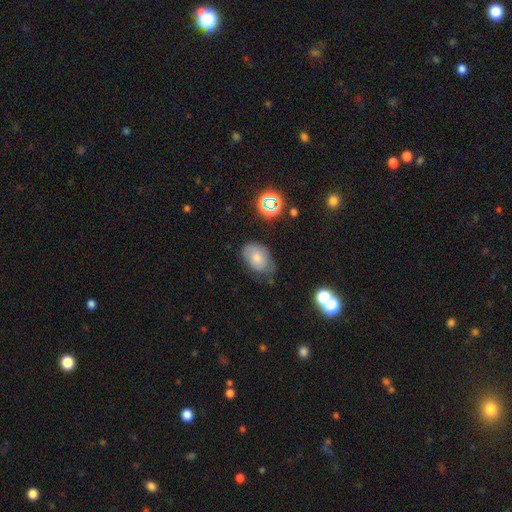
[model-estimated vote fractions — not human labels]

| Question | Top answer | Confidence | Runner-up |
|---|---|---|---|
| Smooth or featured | smooth | 68% | featured or disk (19%) |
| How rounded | in between | 84% | round (15%) |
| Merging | none | 60% | minor disturbance (30%) |